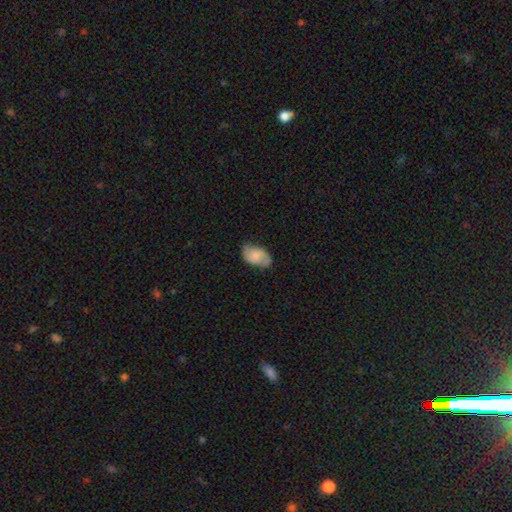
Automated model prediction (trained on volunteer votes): Q: Smooth or featured?
A: smooth (66%); runner-up: featured or disk (27%)
Q: How rounded?
A: in between (92%); runner-up: round (6%)
Q: Merging?
A: none (68%); runner-up: minor disturbance (24%)